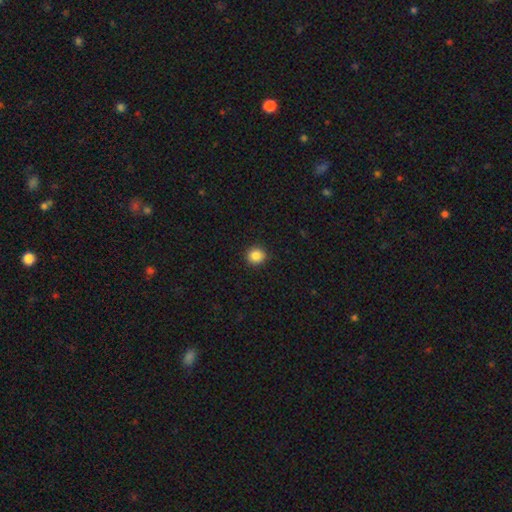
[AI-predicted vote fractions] Smooth or featured: smooth — 86% (star or artifact — 10%)
How rounded: round — 93% (in between — 6%)
Merging: none — 91% (minor disturbance — 6%)